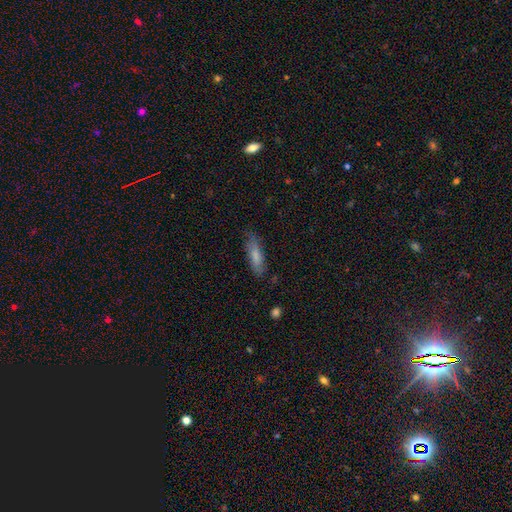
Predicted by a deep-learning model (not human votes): smooth-or-featured: smooth: 76% | featured or disk: 18% | star or artifact: 6%
  how-rounded: cigar-shaped: 58% | in between: 40% | round: 2%
  merging: none: 77% | minor disturbance: 18% | major disturbance: 4% | merger: 2%